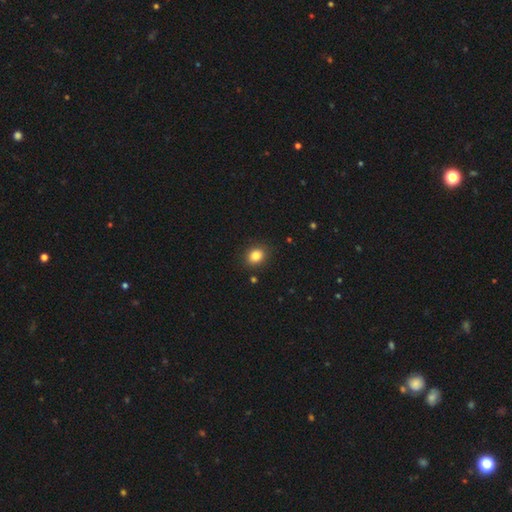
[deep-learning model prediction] This is clearly a smooth galaxy (84%). How rounded: possibly round (55%). Merging: clearly none (89%).